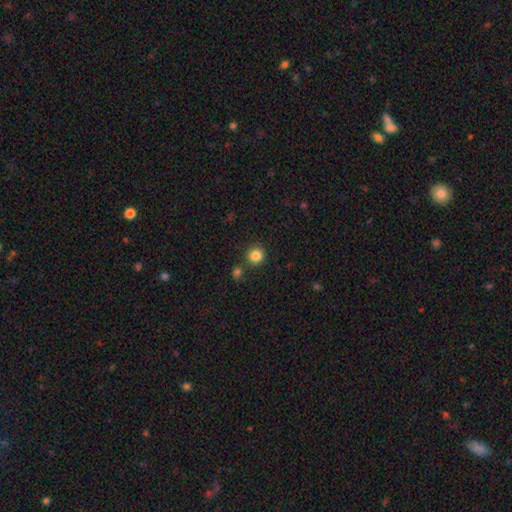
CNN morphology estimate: Smooth or featured? smooth (84%)
How rounded? round (93%)
Merging? none (82%)